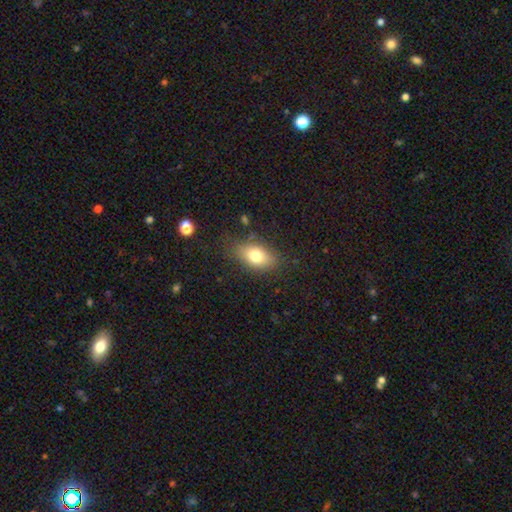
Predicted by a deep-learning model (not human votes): A smooth galaxy with no disk features (75%) that is in between round and cigar-shaped (85%). Merging: none (77%).